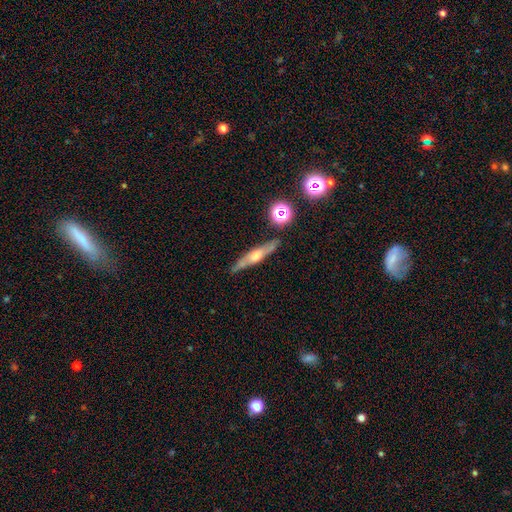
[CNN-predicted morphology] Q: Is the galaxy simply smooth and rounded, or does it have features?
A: featured or disk — 65%.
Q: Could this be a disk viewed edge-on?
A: yes — 92%.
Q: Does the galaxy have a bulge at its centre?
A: rounded — 81%.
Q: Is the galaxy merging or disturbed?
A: none — 84%.